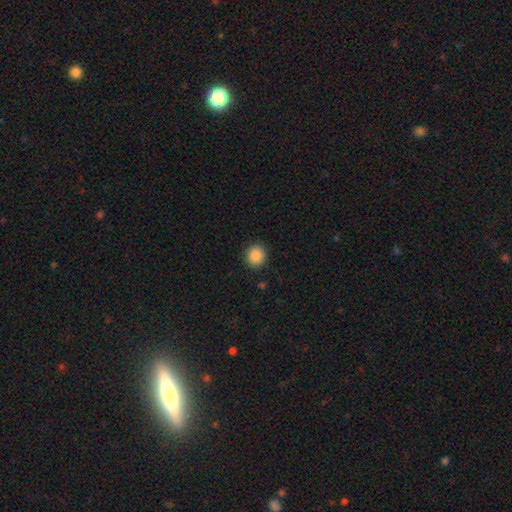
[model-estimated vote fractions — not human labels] Smooth or featured? smooth (88%)
How rounded? round (89%)
Merging? none (91%)